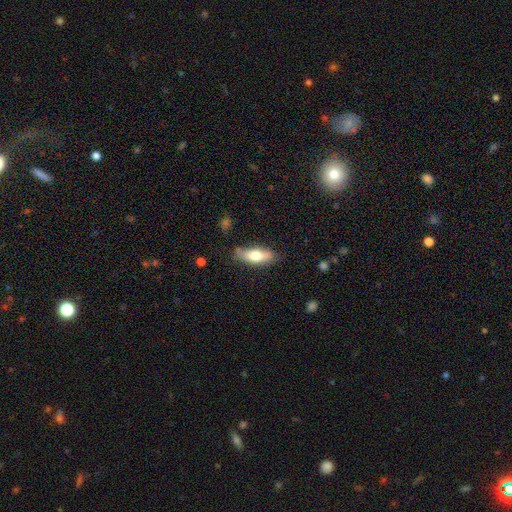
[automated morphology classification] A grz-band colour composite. It shows a smooth galaxy with no disk features (67%) that is in between round and cigar-shaped (67%). Merging: none (75%).